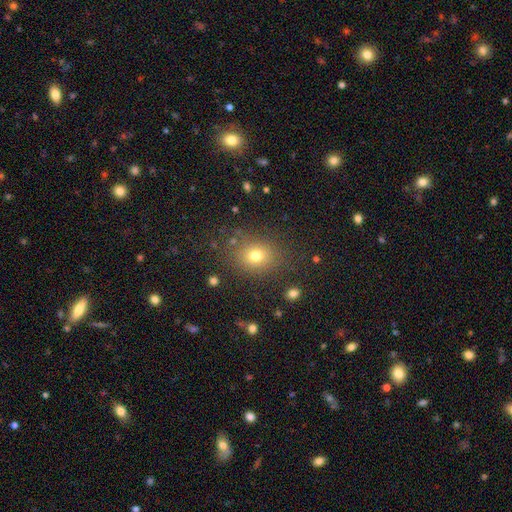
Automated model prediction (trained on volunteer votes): This is likely a smooth galaxy (74%). How rounded: likely round (69%). Merging: clearly none (81%).